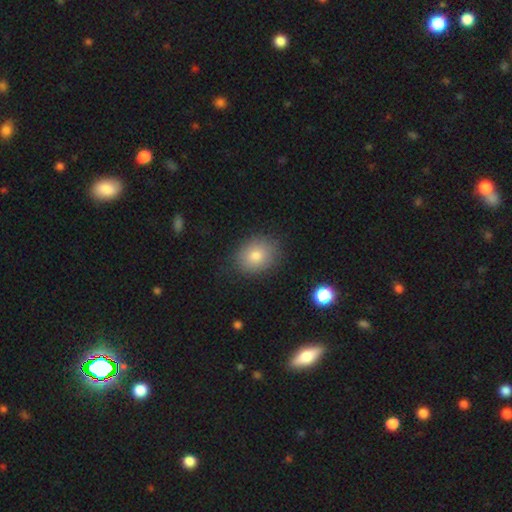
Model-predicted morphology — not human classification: smooth-or-featured: smooth: 80% | featured or disk: 11% | star or artifact: 10%
  how-rounded: in between: 50% | round: 49% | cigar-shaped: 1%
  merging: none: 83% | minor disturbance: 12% | major disturbance: 3% | merger: 1%